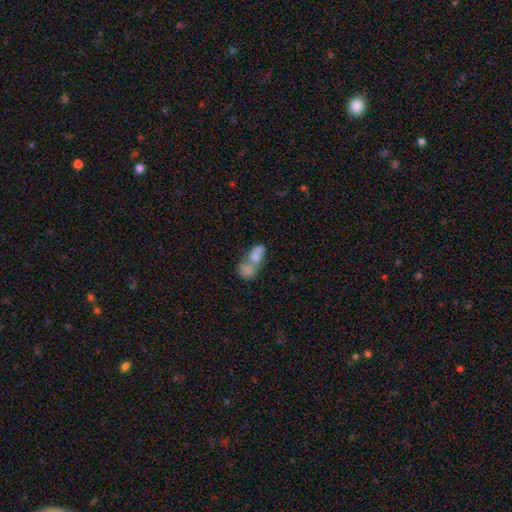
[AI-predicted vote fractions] Smooth or featured?
  - smooth: 69% *
  - featured or disk: 21%
  - star or artifact: 10%
How rounded?
  - in between: 78% *
  - round: 17%
  - cigar-shaped: 5%
Merging?
  - merger: 73% *
  - none: 14%
  - major disturbance: 6%
  - minor disturbance: 6%